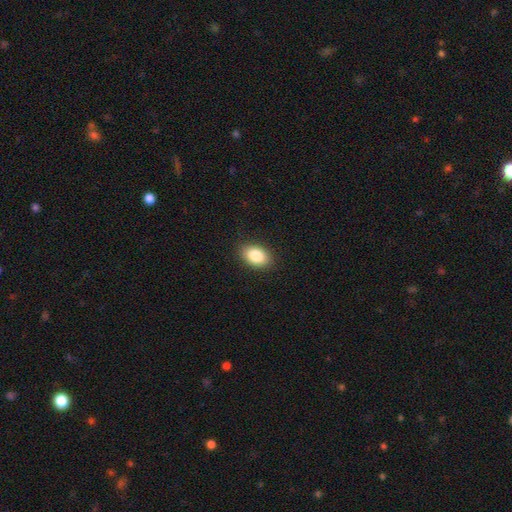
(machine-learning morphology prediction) A smooth galaxy with no disk features (86%) that is in between round and cigar-shaped (87%).

Vote fractions:
- Smooth or featured? smooth: 86% / star or artifact: 8% / featured or disk: 6%
- How rounded? in between: 87% / round: 12% / cigar-shaped: 1%
- Merging? none: 89% / minor disturbance: 8% / major disturbance: 2% / merger: 1%